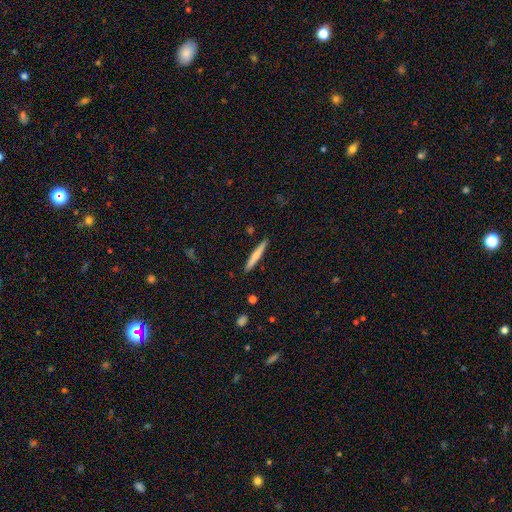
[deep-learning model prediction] Smooth or featured?
  - smooth: 62% *
  - featured or disk: 32%
  - star or artifact: 5%
How rounded?
  - cigar-shaped: 95% *
  - in between: 3%
  - round: 1%
Merging?
  - none: 91% *
  - minor disturbance: 7%
  - major disturbance: 1%
  - merger: 1%